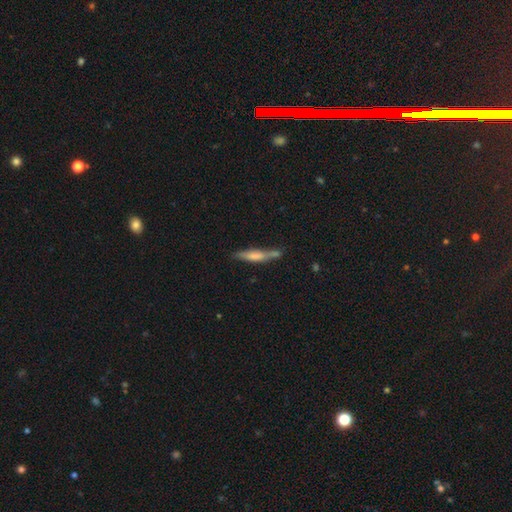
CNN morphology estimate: A smooth galaxy with no disk features (57%) that is cigar-shaped (88%).

Vote fractions:
- Smooth or featured? smooth: 57% / featured or disk: 37% / star or artifact: 6%
- How rounded? cigar-shaped: 88% / in between: 11% / round: 2%
- Merging? none: 63% / minor disturbance: 19% / merger: 13% / major disturbance: 5%